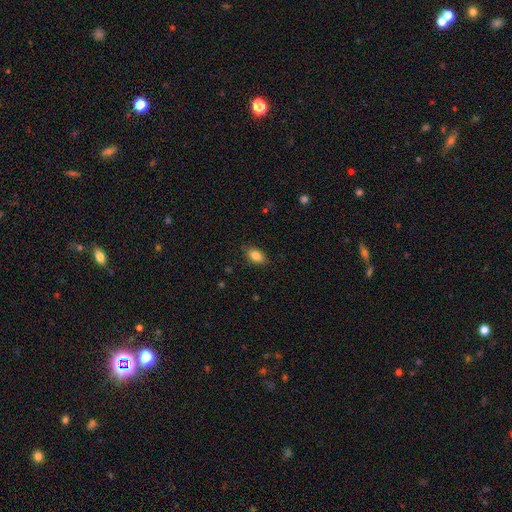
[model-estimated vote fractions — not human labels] Smooth or featured?
  - smooth: 85% *
  - star or artifact: 8%
  - featured or disk: 7%
How rounded?
  - in between: 89% *
  - round: 7%
  - cigar-shaped: 3%
Merging?
  - none: 85% *
  - minor disturbance: 11%
  - major disturbance: 3%
  - merger: 1%